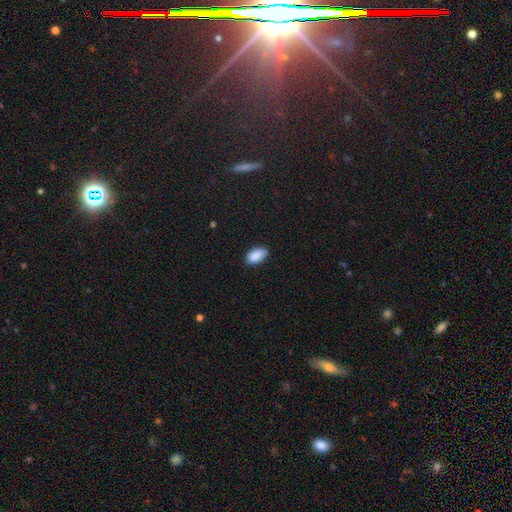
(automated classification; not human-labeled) Overall: smooth (90%). How rounded: in between (94%). Merging: none (81%).